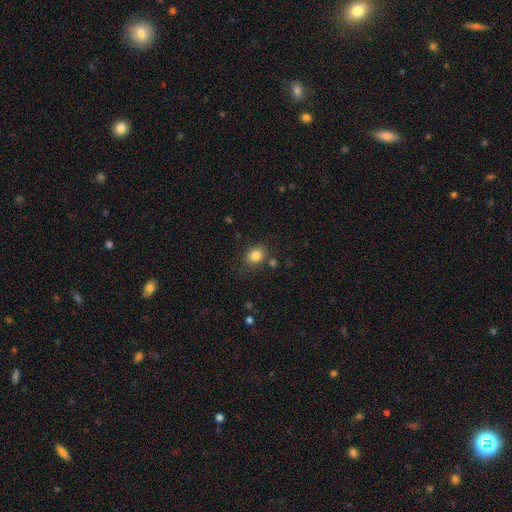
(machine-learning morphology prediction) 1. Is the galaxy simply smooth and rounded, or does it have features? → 82% smooth, 10% star or artifact, 7% featured or disk.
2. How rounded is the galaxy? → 56% in between, 43% round, 1% cigar-shaped.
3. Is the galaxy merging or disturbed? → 77% none, 13% minor disturbance, 6% merger, 4% major disturbance.